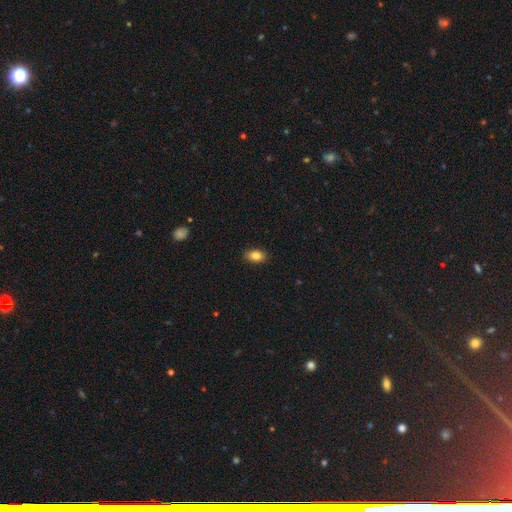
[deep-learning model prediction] Q: Smooth or featured?
A: smooth (85%); runner-up: star or artifact (8%)
Q: How rounded?
A: in between (90%); runner-up: round (8%)
Q: Merging?
A: none (88%); runner-up: minor disturbance (9%)